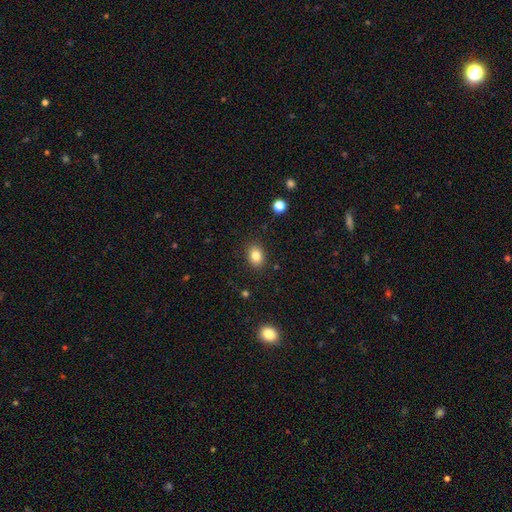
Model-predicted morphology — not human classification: smooth-or-featured: smooth: 84% | star or artifact: 10% | featured or disk: 7%
  how-rounded: in between: 71% | round: 28% | cigar-shaped: 1%
  merging: none: 87% | minor disturbance: 9% | major disturbance: 2% | merger: 1%